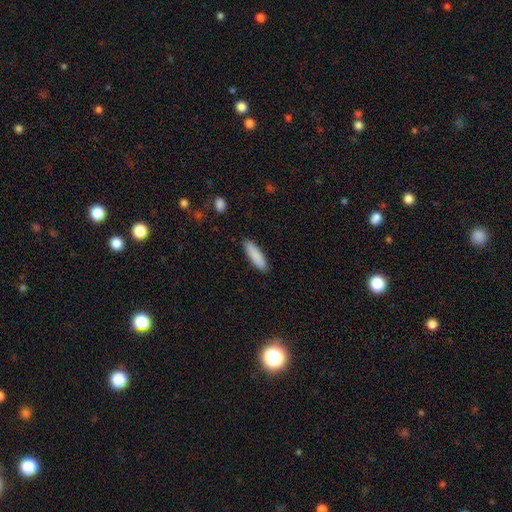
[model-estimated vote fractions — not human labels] smooth_or_featured: smooth (p=0.88) [alt: featured or disk p=0.06]
how_rounded: cigar-shaped (p=0.62) [alt: in between p=0.36]
merging: none (p=0.88) [alt: minor disturbance p=0.09]